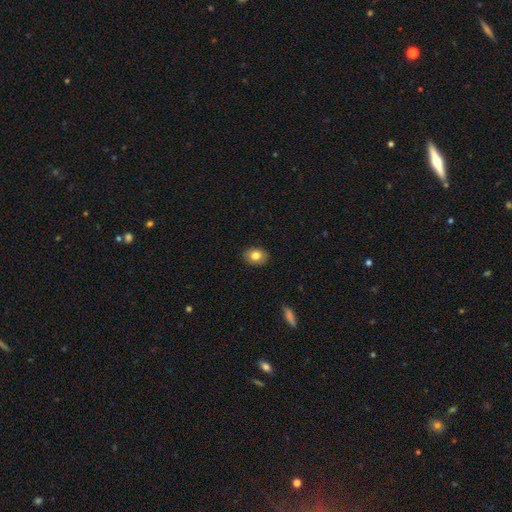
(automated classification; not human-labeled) Smooth or featured?
  - smooth: 80% *
  - featured or disk: 12%
  - star or artifact: 9%
How rounded?
  - in between: 64% *
  - round: 35%
  - cigar-shaped: 1%
Merging?
  - none: 89% *
  - minor disturbance: 9%
  - major disturbance: 2%
  - merger: 1%